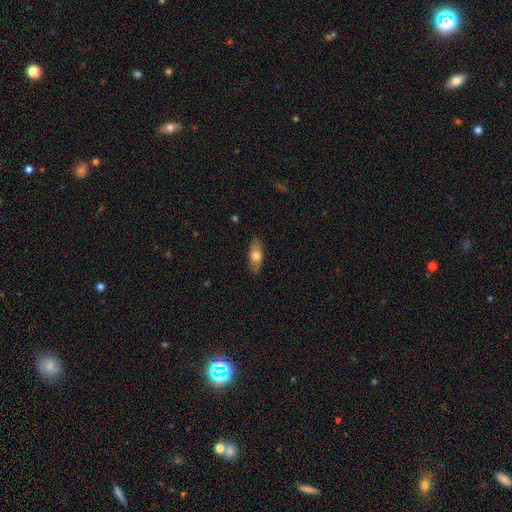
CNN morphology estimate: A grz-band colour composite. It shows a smooth galaxy with no disk features (69%) that is in between round and cigar-shaped (78%). Merging: none (87%).